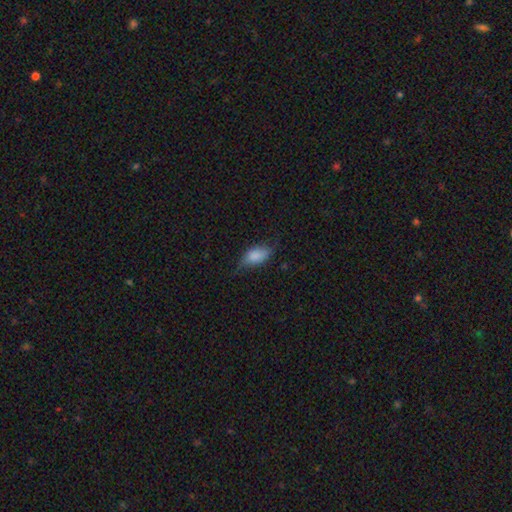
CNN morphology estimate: This is likely a smooth galaxy (73%). How rounded: clearly in between (89%). Merging: possibly none (55%).